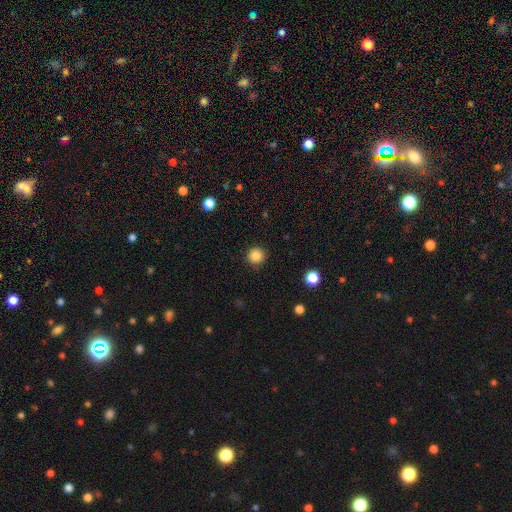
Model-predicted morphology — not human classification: Smooth or featured? smooth (86%)
How rounded? round (95%)
Merging? none (91%)